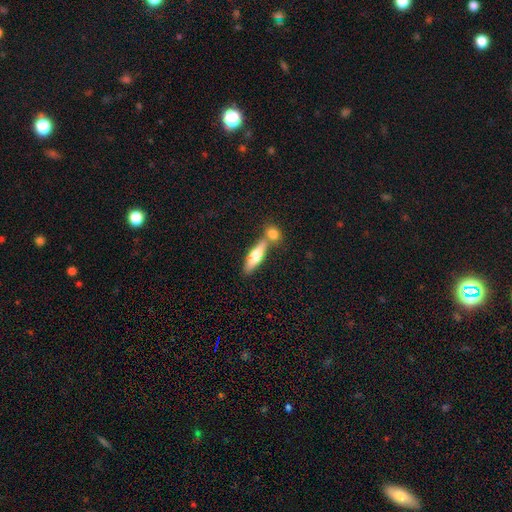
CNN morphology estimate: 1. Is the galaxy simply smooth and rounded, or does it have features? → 57% smooth, 37% featured or disk, 6% star or artifact.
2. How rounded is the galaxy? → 60% cigar-shaped, 37% in between, 3% round.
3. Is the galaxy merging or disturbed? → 49% none, 38% merger, 9% minor disturbance, 3% major disturbance.